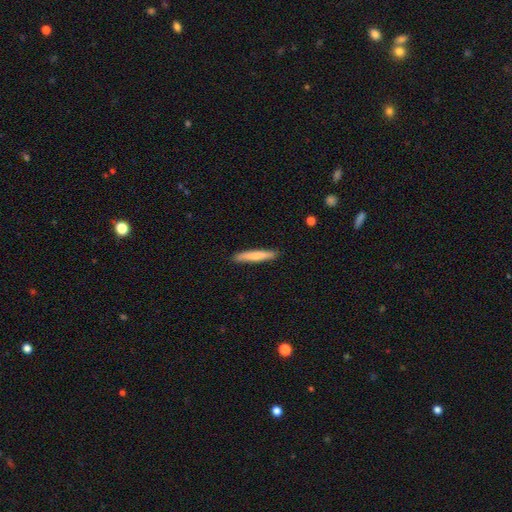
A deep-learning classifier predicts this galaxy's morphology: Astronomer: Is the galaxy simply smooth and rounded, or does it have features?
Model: smooth — 76%.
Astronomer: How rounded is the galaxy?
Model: cigar-shaped — 93%.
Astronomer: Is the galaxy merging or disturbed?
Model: none — 89%.